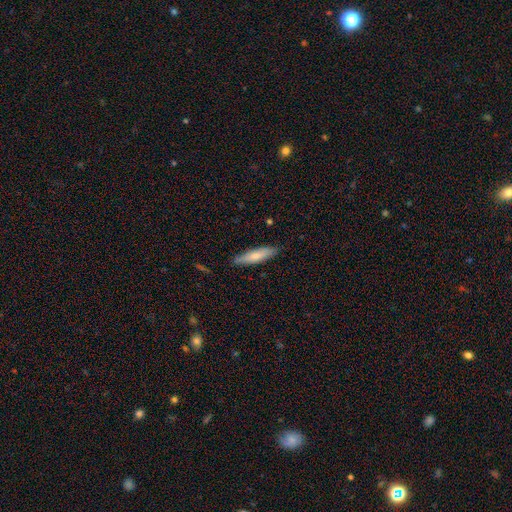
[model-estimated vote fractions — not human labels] A smooth galaxy with no disk features (74%) that is cigar-shaped (75%). Merging: none (85%).